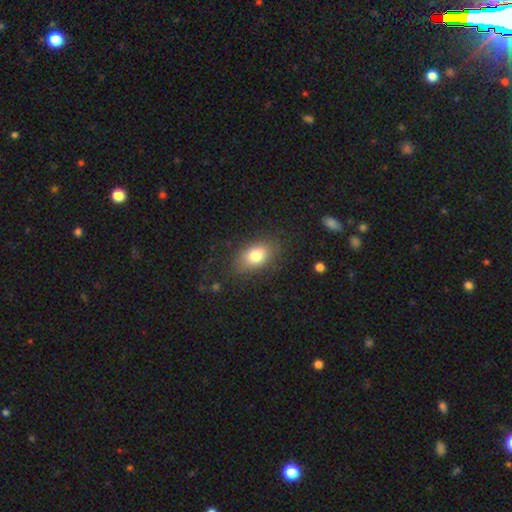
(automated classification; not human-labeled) Morphology: type=smooth (79%); roundness=in between (86%); merging=none (81%).